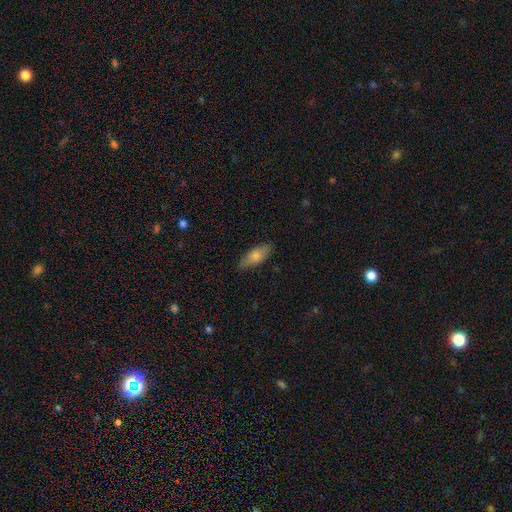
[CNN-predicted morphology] A smooth galaxy with no disk features (73%) that is in between round and cigar-shaped (76%). Merging: none (82%).